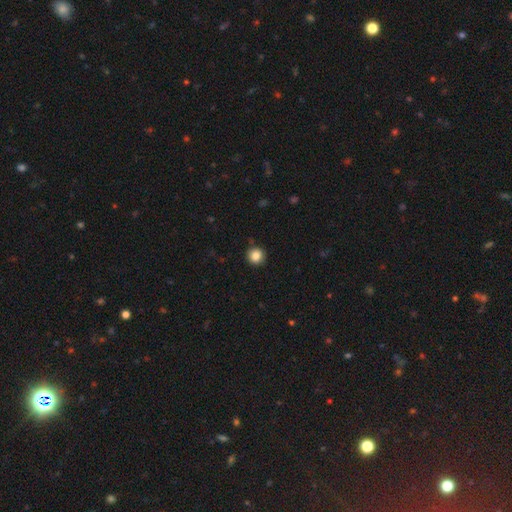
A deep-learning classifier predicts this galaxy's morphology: The model was most divided on "smooth or featured": smooth: 85%, star or artifact: 10%, featured or disk: 5%. More confident: how rounded — round (95%); merging — none (91%).